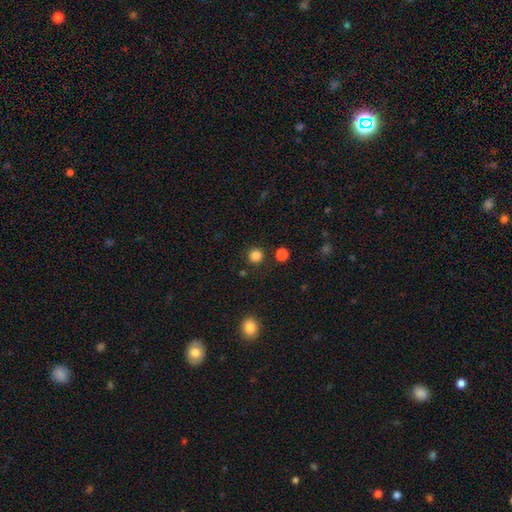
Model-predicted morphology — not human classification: type=smooth (84%); roundness=round (92%); merging=none (88%).